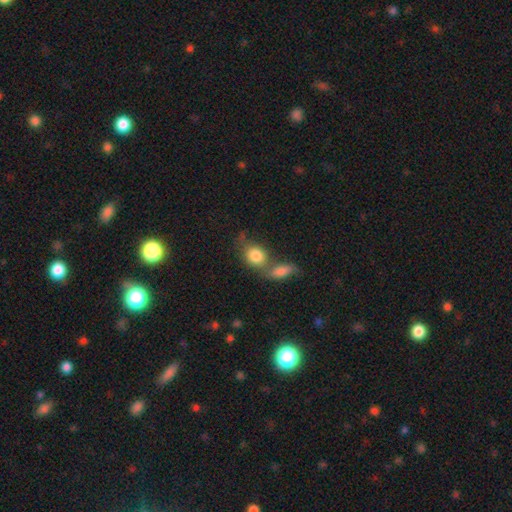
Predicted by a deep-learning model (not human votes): A smooth galaxy with no disk features (82%) that is in between round and cigar-shaped (55%).

Vote fractions:
- Smooth or featured? smooth: 82% / featured or disk: 11% / star or artifact: 8%
- How rounded? in between: 55% / round: 43% / cigar-shaped: 3%
- Merging? merger: 49% / none: 34% / minor disturbance: 11% / major disturbance: 6%